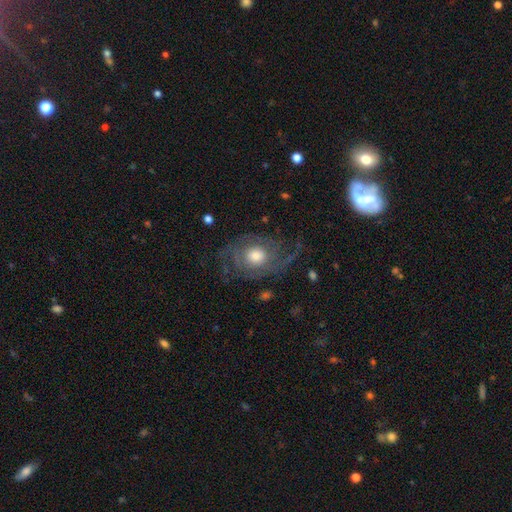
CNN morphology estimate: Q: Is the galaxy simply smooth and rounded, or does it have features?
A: featured or disk — 77%.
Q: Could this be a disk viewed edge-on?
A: no — 96%.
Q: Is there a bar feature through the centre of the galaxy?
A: no — 81%.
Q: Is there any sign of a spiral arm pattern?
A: yes — 88%.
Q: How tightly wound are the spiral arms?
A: medium — 41%.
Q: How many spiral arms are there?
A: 2 — 35%.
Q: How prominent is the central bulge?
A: moderate — 57%.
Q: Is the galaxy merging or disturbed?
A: none — 63%.